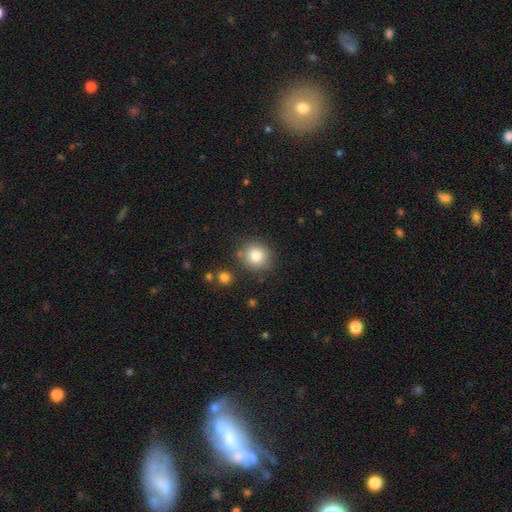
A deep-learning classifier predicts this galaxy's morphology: A smooth galaxy with no disk features (81%) that is round (87%). Merging: none (83%).